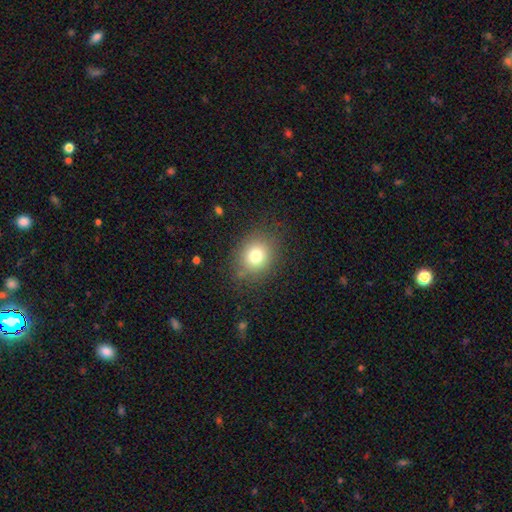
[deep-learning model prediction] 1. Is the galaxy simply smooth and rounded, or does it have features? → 77% smooth, 13% star or artifact, 10% featured or disk.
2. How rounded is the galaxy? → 69% round, 30% in between, 1% cigar-shaped.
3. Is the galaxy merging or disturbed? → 82% none, 11% minor disturbance, 5% major disturbance, 2% merger.